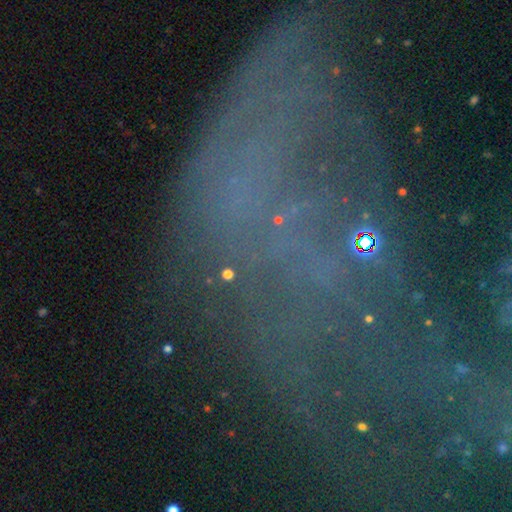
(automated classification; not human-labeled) Smooth or featured?
  - star or artifact: 56% *
  - featured or disk: 28%
  - smooth: 16%